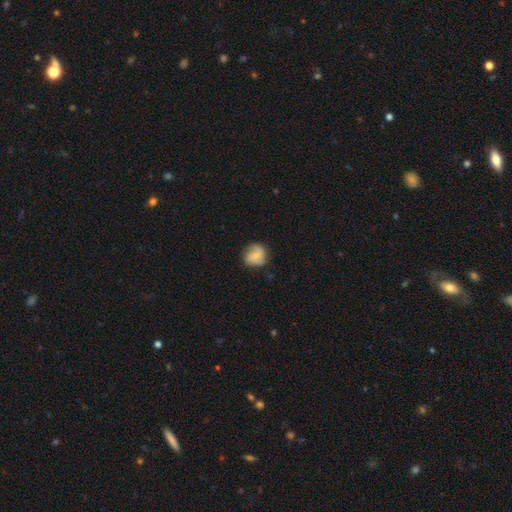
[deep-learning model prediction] Q: Smooth or featured?
A: smooth (55%); runner-up: featured or disk (38%)
Q: How rounded?
A: round (84%); runner-up: in between (15%)
Q: Merging?
A: none (71%); runner-up: minor disturbance (22%)